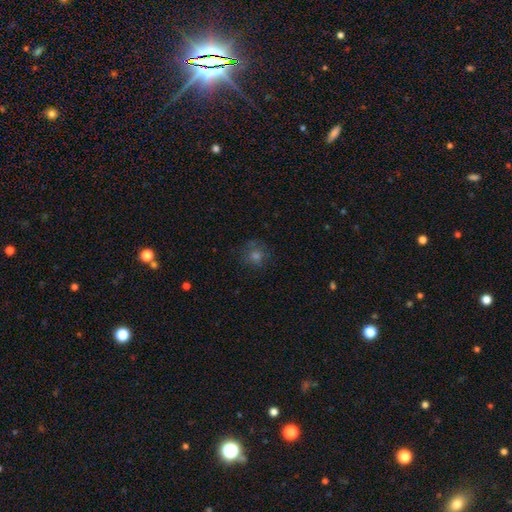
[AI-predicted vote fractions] Smooth or featured?
  - smooth: 58% *
  - star or artifact: 26%
  - featured or disk: 16%
How rounded?
  - round: 89% *
  - in between: 10%
  - cigar-shaped: 1%
Merging?
  - none: 79% *
  - minor disturbance: 14%
  - major disturbance: 6%
  - merger: 1%